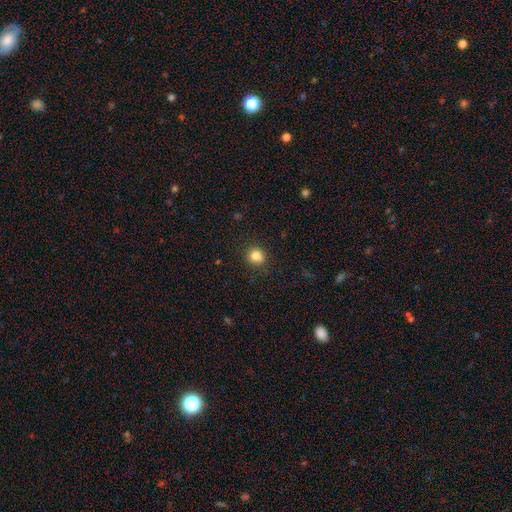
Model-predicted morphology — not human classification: This appears to be a smooth galaxy with no disk features (82%) that is round (83%). Merging: none (84%).